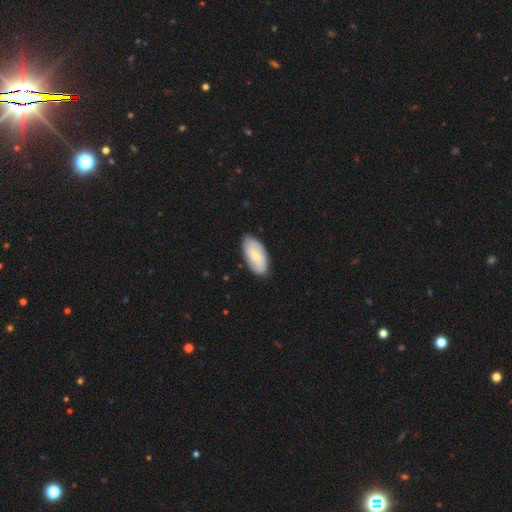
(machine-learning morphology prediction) Q: Smooth or featured?
A: smooth (64%); runner-up: featured or disk (31%)
Q: How rounded?
A: in between (93%); runner-up: cigar-shaped (5%)
Q: Merging?
A: none (83%); runner-up: minor disturbance (13%)